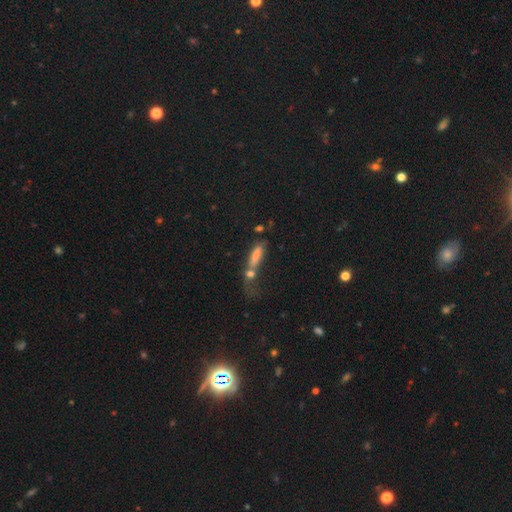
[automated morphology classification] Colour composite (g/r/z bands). It shows a smooth galaxy with no disk features (57%) that is cigar-shaped (64%). Merging: merger (39%).